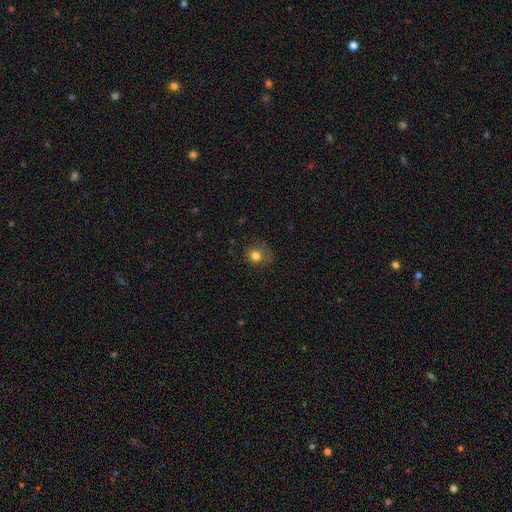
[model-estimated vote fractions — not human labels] This appears to be a smooth galaxy with no disk features (78%) that is round (80%). Merging: none (64%).